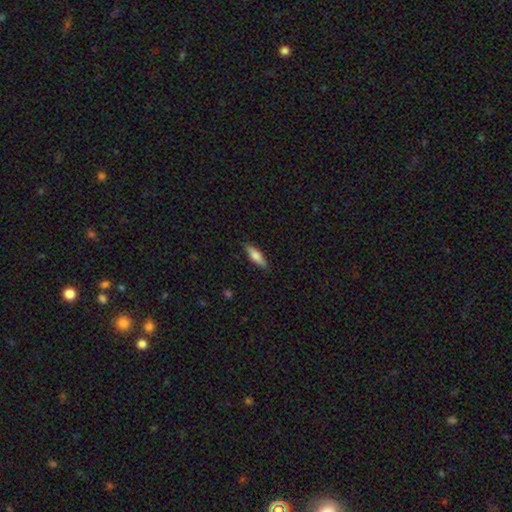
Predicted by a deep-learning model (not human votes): Q: Smooth or featured?
A: smooth (72%); runner-up: featured or disk (22%)
Q: How rounded?
A: cigar-shaped (55%); runner-up: in between (43%)
Q: Merging?
A: none (86%); runner-up: minor disturbance (11%)